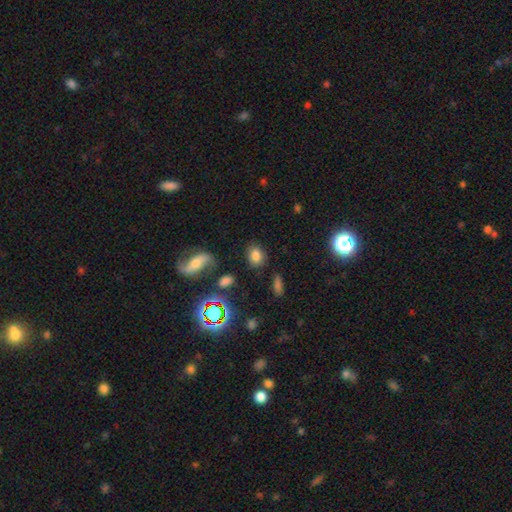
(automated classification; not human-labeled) smooth_or_featured: smooth (p=0.76) [alt: star or artifact p=0.13]
how_rounded: in between (p=0.62) [alt: round p=0.36]
merging: none (p=0.81) [alt: minor disturbance p=0.11]